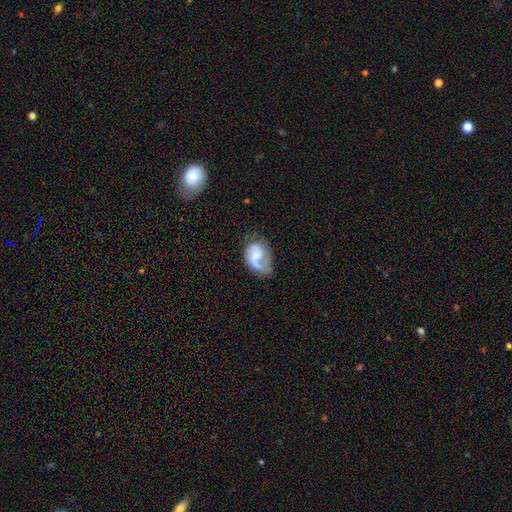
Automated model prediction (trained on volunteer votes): A featured or disk galaxy (62%) with no bar (60%), 1 (59%) medium (39%) spiral arms (87%) and a moderate central bulge (36%). Merging: none (47%).